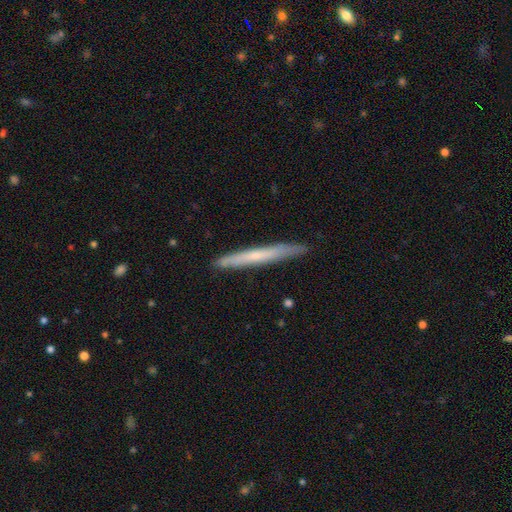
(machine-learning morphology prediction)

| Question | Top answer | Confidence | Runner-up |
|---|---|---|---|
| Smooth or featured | smooth | 52% | featured or disk (42%) |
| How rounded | cigar-shaped | 97% | in between (2%) |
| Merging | none | 89% | minor disturbance (9%) |